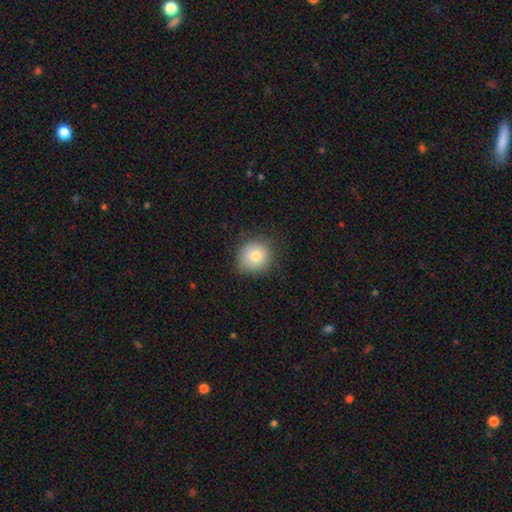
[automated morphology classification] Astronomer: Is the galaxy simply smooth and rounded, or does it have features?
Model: smooth — 79%.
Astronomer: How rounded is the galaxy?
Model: round — 88%.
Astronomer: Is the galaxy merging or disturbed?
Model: none — 82%.